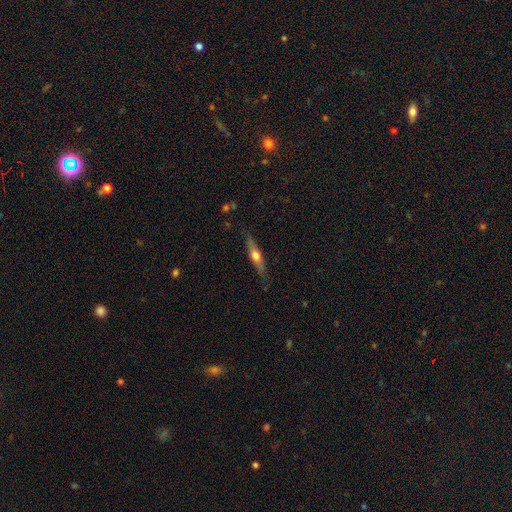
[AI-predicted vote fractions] Smooth or featured: featured or disk — 53% (smooth — 42%)
Edge-on disk: yes — 92% (no — 8%)
Merging: none — 81% (minor disturbance — 15%)